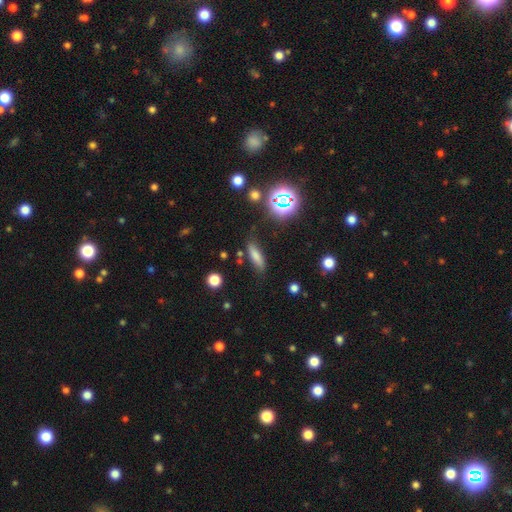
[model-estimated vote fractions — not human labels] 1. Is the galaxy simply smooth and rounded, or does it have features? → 71% smooth, 15% featured or disk, 14% star or artifact.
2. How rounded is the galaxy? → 59% cigar-shaped, 38% in between, 4% round.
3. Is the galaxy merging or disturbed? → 77% none, 15% minor disturbance, 4% major disturbance, 3% merger.